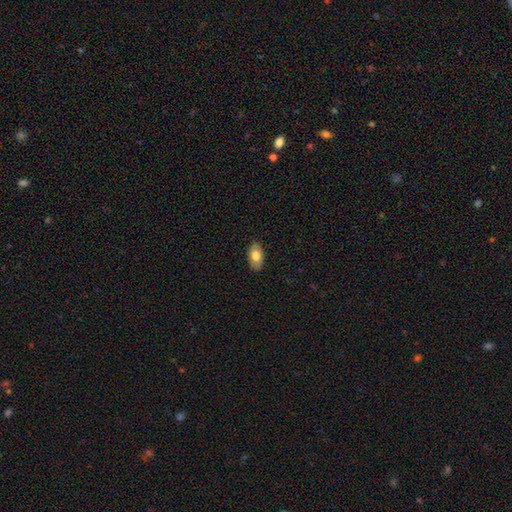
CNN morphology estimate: Q: Smooth or featured?
A: smooth (77%); runner-up: featured or disk (17%)
Q: How rounded?
A: in between (94%); runner-up: round (5%)
Q: Merging?
A: none (88%); runner-up: minor disturbance (9%)